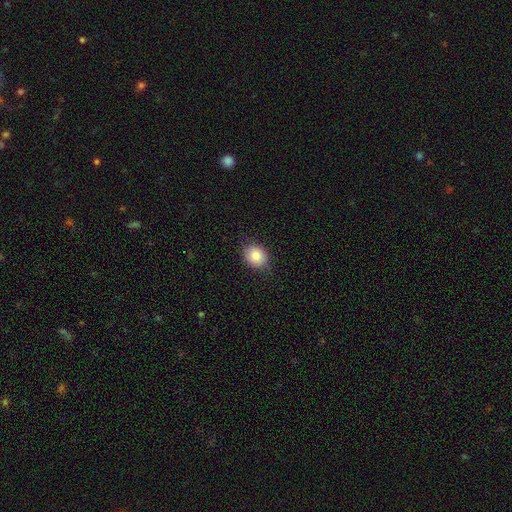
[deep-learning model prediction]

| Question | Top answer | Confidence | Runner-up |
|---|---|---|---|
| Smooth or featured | smooth | 83% | star or artifact (9%) |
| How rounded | round | 57% | in between (42%) |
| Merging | none | 80% | minor disturbance (15%) |